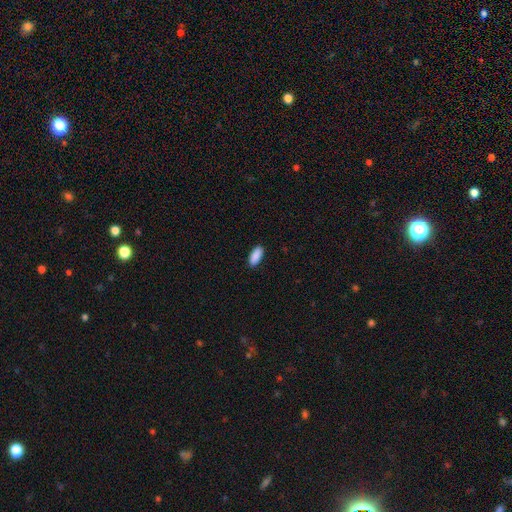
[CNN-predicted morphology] type=smooth (91%); roundness=in between (84%); merging=none (89%).